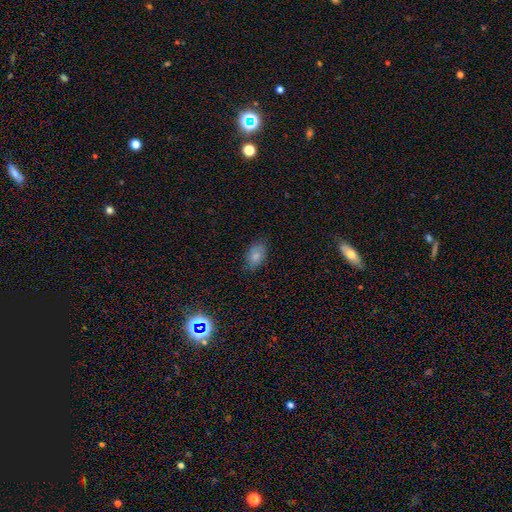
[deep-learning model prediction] A smooth galaxy with no disk features (80%) that is in between round and cigar-shaped (90%). Merging: none (79%).